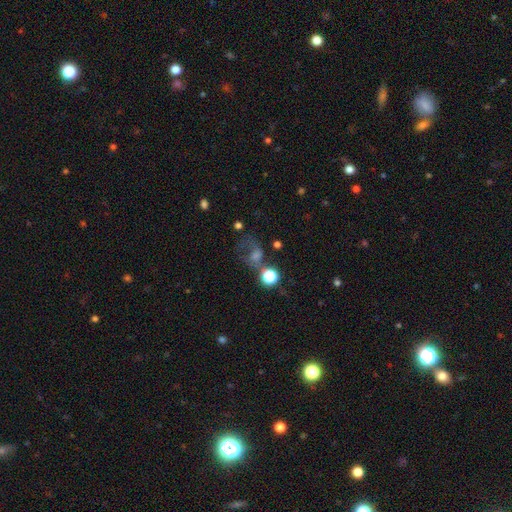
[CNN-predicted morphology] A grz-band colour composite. It shows a smooth galaxy with no disk features (37%). Merging: none (42%).